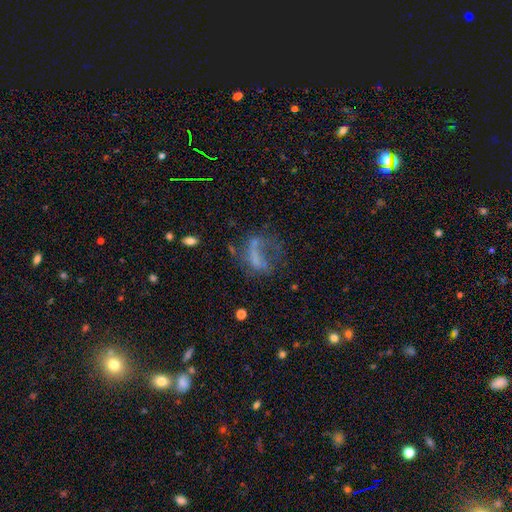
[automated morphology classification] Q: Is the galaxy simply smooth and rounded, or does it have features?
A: featured or disk — 43%.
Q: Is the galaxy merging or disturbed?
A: major disturbance — 46%.